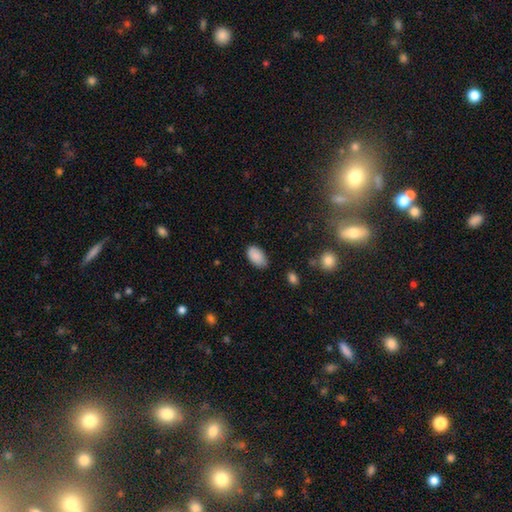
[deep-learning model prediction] A smooth galaxy with no disk features (88%) that is in between round and cigar-shaped (95%).

Vote fractions:
- Smooth or featured? smooth: 88% / star or artifact: 7% / featured or disk: 5%
- How rounded? in between: 95% / round: 4% / cigar-shaped: 1%
- Merging? none: 77% / minor disturbance: 19% / major disturbance: 3% / merger: 1%